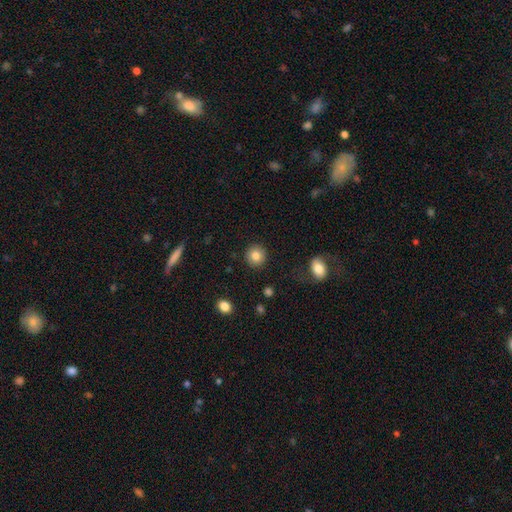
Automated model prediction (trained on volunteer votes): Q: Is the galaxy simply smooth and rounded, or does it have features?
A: smooth — 84%.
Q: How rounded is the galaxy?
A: round — 92%.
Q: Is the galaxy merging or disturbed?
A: none — 91%.